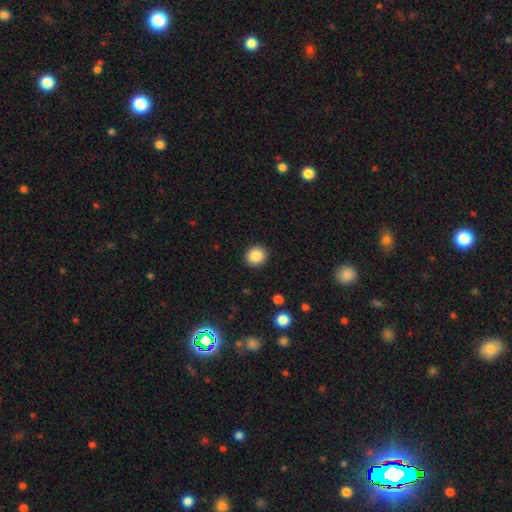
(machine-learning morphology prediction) Overall: smooth (86%). How rounded: round (88%). Merging: none (92%).